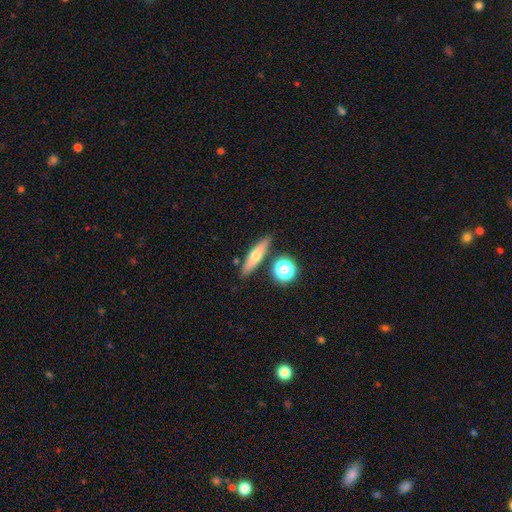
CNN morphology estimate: Smooth or featured: smooth — 53% (featured or disk — 36%)
How rounded: cigar-shaped — 70% (in between — 22%)
Merging: none — 82% (minor disturbance — 9%)